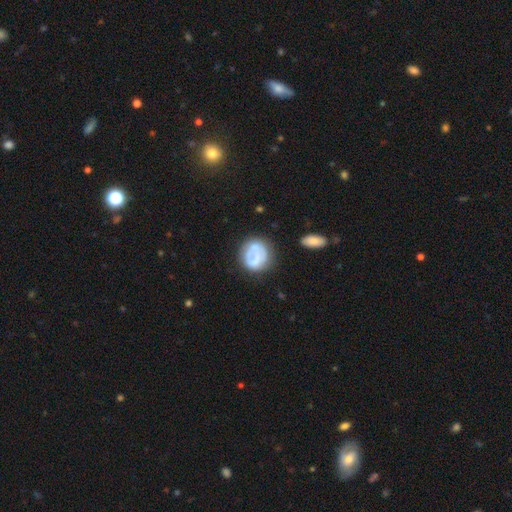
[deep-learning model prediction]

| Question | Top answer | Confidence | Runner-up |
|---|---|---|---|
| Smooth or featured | smooth | 53% | featured or disk (39%) |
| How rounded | round | 82% | in between (17%) |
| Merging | none | 59% | minor disturbance (23%) |